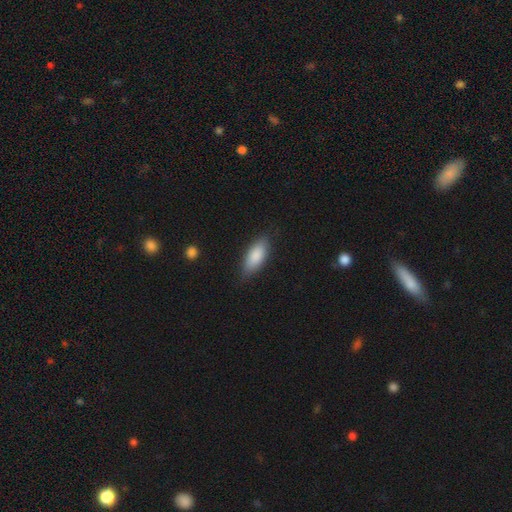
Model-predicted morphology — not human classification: Smooth or featured? smooth (86%)
How rounded? in between (81%)
Merging? none (81%)